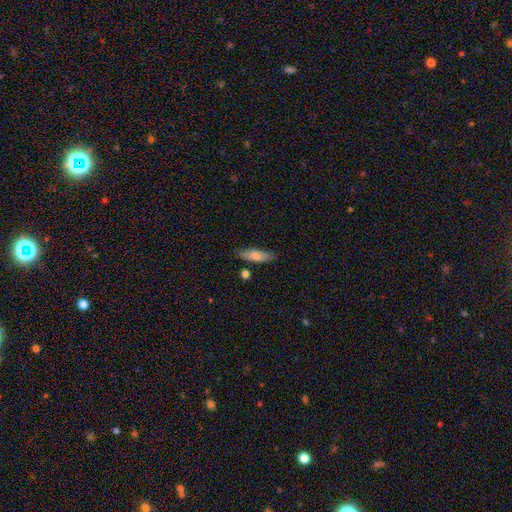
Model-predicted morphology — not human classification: Smooth or featured?
  - smooth: 76% *
  - featured or disk: 17%
  - star or artifact: 7%
How rounded?
  - cigar-shaped: 52% *
  - in between: 46%
  - round: 2%
Merging?
  - none: 78% *
  - minor disturbance: 14%
  - merger: 4%
  - major disturbance: 3%